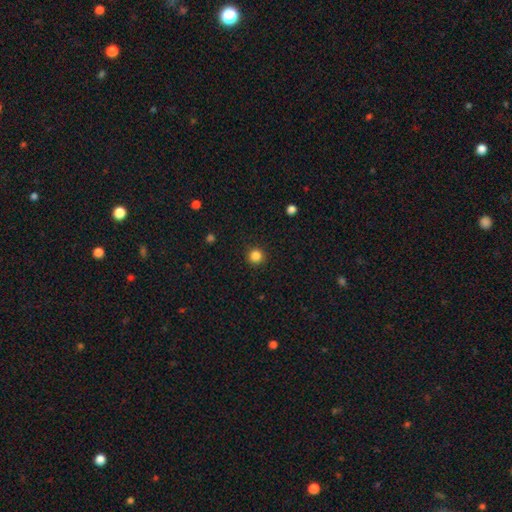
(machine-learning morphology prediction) A smooth galaxy with no disk features (85%) that is round (95%).

Vote fractions:
- Smooth or featured? smooth: 85% / star or artifact: 12% / featured or disk: 4%
- How rounded? round: 95% / in between: 4% / cigar-shaped: 1%
- Merging? none: 92% / minor disturbance: 5% / major disturbance: 2% / merger: 1%